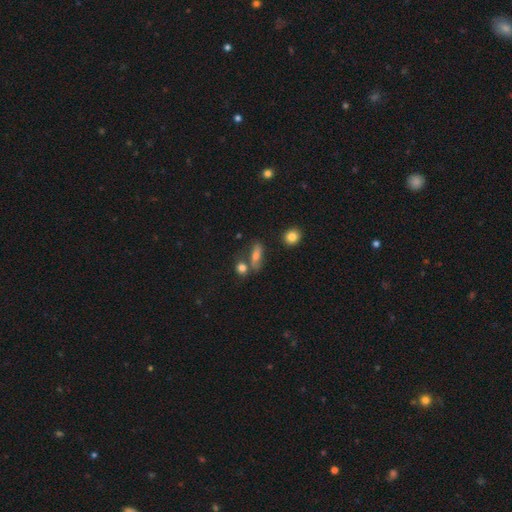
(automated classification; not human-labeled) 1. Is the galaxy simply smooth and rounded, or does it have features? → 58% smooth, 26% featured or disk, 17% star or artifact.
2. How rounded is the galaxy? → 49% in between, 36% cigar-shaped, 15% round.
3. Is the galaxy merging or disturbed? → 60% none, 19% merger, 15% minor disturbance, 7% major disturbance.